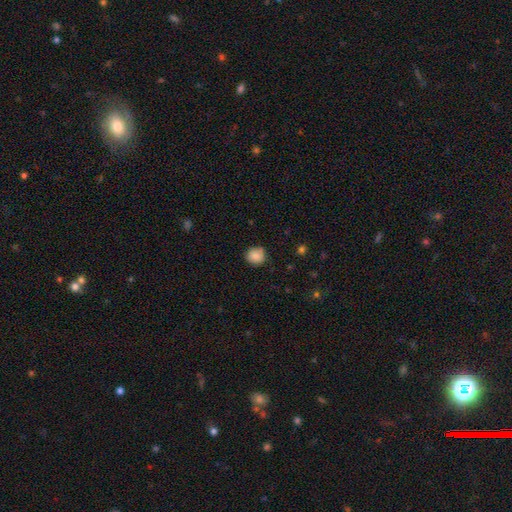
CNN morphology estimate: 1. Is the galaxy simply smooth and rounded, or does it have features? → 87% smooth, 9% star or artifact, 4% featured or disk.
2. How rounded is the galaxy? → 85% round, 14% in between, 1% cigar-shaped.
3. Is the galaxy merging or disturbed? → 81% none, 14% minor disturbance, 3% major disturbance, 2% merger.